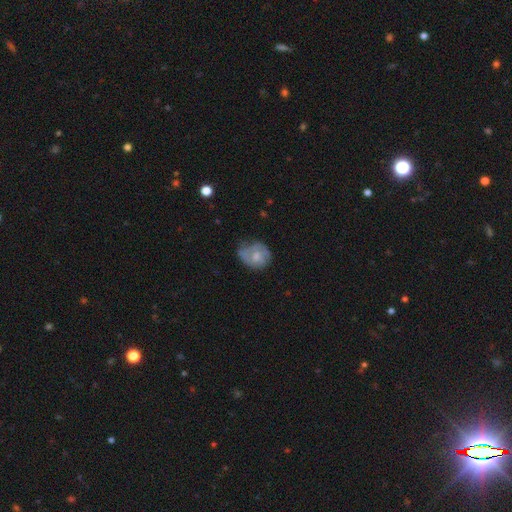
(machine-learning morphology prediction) Smooth or featured? featured or disk (47%)
Merging? none (49%)